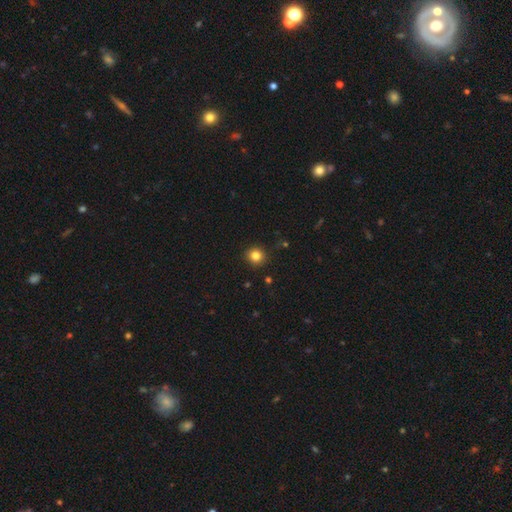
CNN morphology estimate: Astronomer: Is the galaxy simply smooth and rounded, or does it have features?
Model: smooth — 83%.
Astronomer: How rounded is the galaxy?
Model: round — 91%.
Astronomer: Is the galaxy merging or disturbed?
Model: none — 90%.